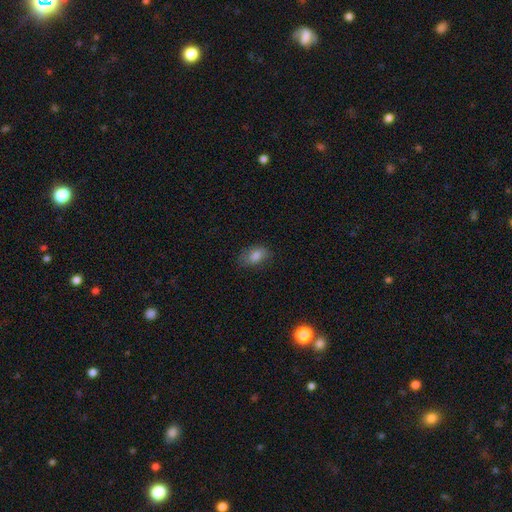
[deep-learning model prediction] This appears to be a smooth galaxy with no disk features (80%) that is in between round and cigar-shaped (87%). Merging: none (71%).